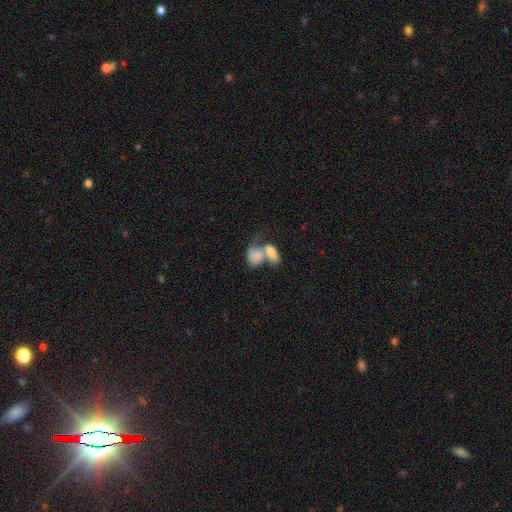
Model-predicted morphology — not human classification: Q: Smooth or featured?
A: smooth (77%); runner-up: featured or disk (15%)
Q: How rounded?
A: in between (80%); runner-up: round (18%)
Q: Merging?
A: merger (71%); runner-up: none (13%)